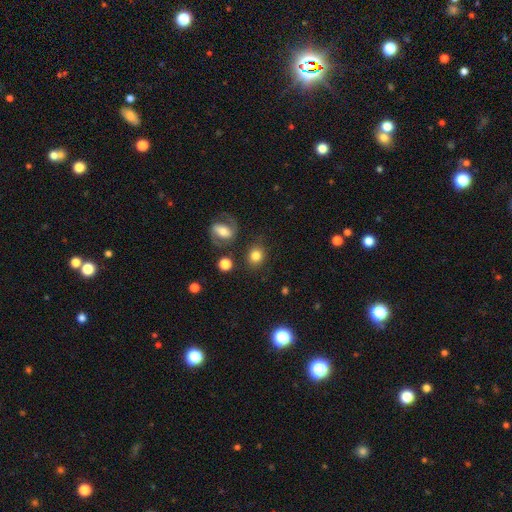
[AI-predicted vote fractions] A smooth galaxy with no disk features (79%) that is round (72%).

Vote fractions:
- Smooth or featured? smooth: 79% / featured or disk: 11% / star or artifact: 10%
- How rounded? round: 72% / in between: 27% / cigar-shaped: 1%
- Merging? none: 78% / minor disturbance: 11% / merger: 6% / major disturbance: 5%